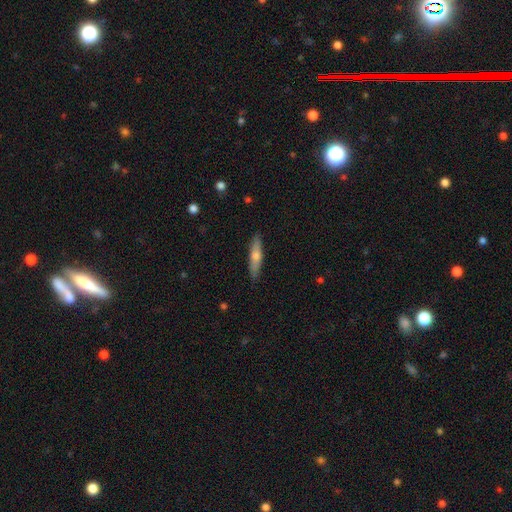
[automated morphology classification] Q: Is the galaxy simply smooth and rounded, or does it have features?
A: smooth — 48%.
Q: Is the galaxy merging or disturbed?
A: none — 90%.